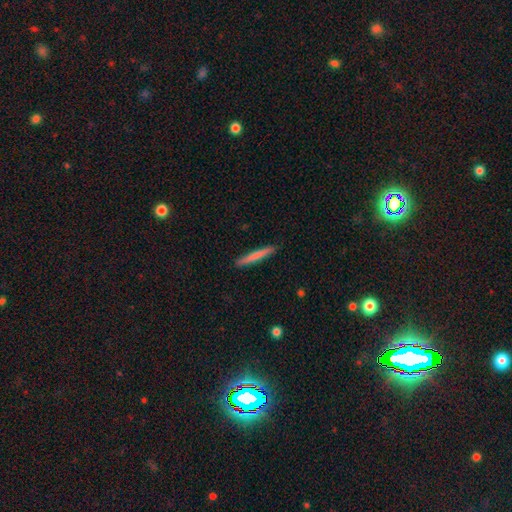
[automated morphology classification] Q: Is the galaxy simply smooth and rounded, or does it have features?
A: smooth — 73%.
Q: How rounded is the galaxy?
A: cigar-shaped — 96%.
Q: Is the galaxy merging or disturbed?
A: none — 91%.